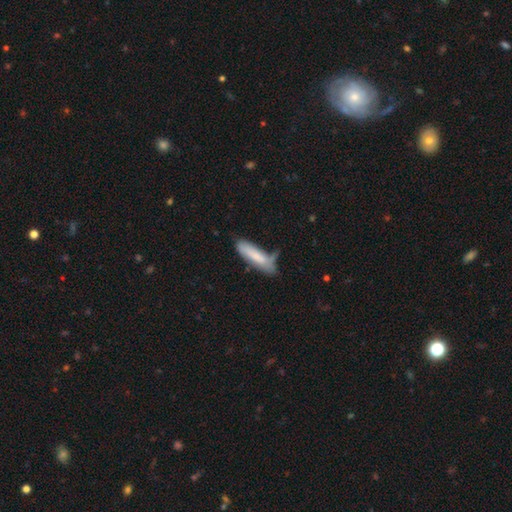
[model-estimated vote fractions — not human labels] Q: Smooth or featured?
A: smooth (75%); runner-up: featured or disk (18%)
Q: How rounded?
A: cigar-shaped (60%); runner-up: in between (38%)
Q: Merging?
A: none (45%); runner-up: minor disturbance (33%)